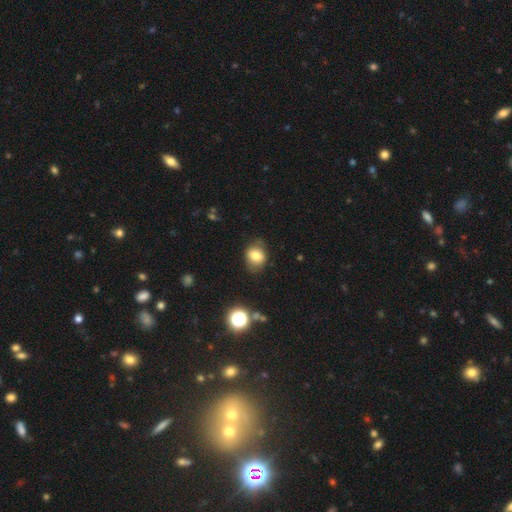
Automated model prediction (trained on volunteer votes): smooth 78%, featured or disk 11%, star or artifact 11%. Down the decision tree: how rounded — round (55%); merging — none (72%).